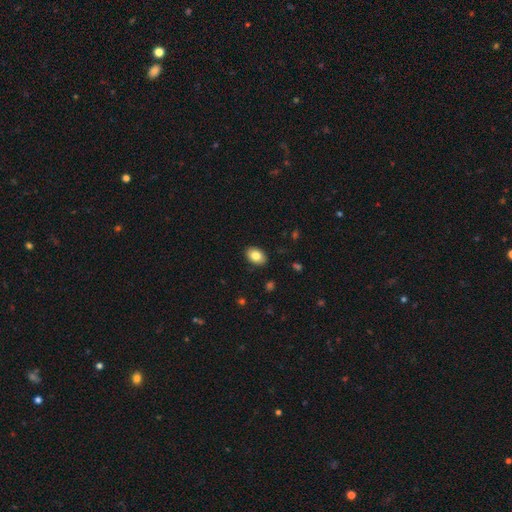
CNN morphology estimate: Smooth or featured: smooth — 84% (featured or disk — 9%)
How rounded: in between — 85% (round — 14%)
Merging: none — 89% (minor disturbance — 8%)